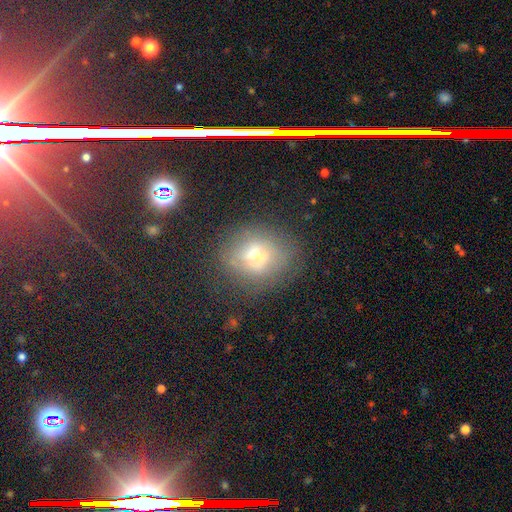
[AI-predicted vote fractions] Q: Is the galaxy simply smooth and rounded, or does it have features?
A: smooth — 57%.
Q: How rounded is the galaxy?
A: round — 71%.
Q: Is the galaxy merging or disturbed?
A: none — 70%.